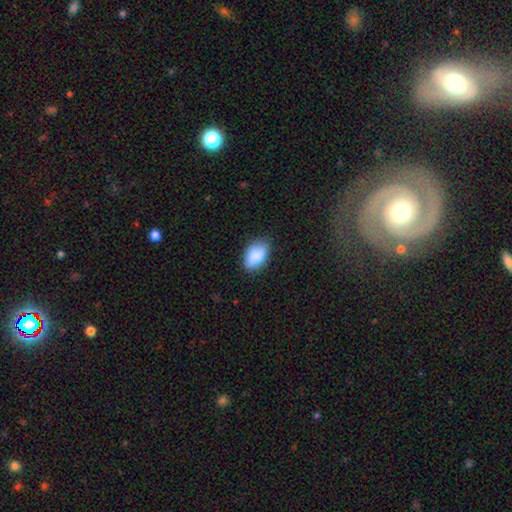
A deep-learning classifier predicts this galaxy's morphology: Overall: smooth (86%). How rounded: in between (91%). Merging: none (78%).